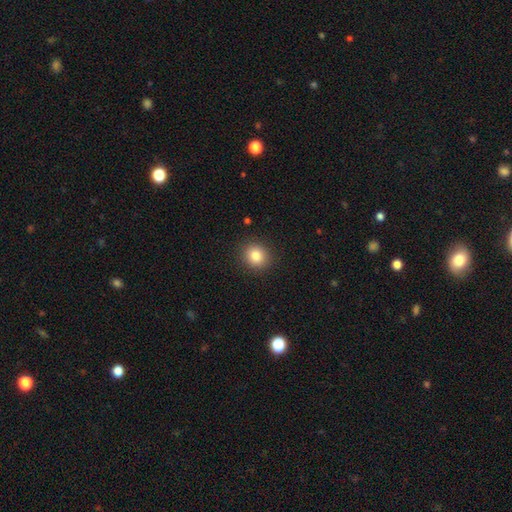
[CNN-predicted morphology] Overall: smooth (83%). How rounded: round (85%). Merging: none (90%).